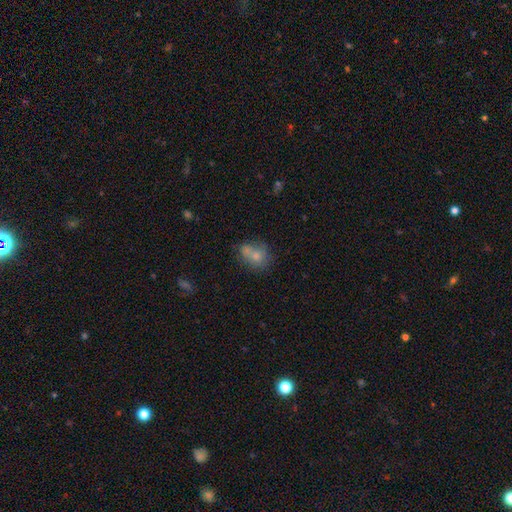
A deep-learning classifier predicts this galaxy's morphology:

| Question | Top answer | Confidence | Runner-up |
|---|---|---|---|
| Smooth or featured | smooth | 66% | featured or disk (18%) |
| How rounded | round | 52% | in between (46%) |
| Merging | none | 49% | merger (27%) |